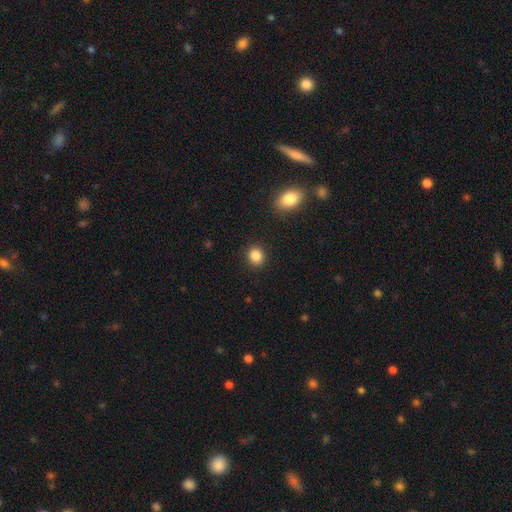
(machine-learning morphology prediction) Q: Smooth or featured?
A: smooth (86%); runner-up: star or artifact (10%)
Q: How rounded?
A: round (70%); runner-up: in between (29%)
Q: Merging?
A: none (90%); runner-up: minor disturbance (6%)